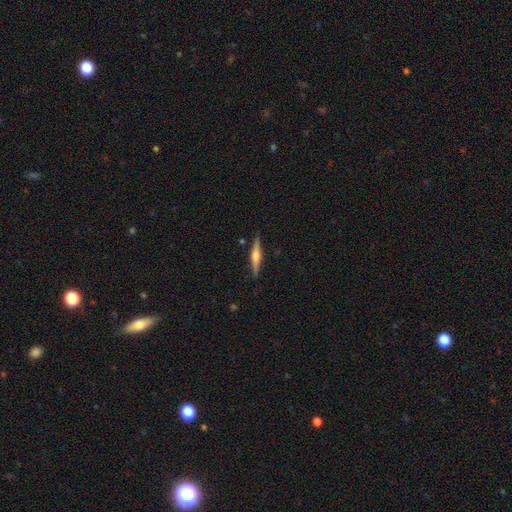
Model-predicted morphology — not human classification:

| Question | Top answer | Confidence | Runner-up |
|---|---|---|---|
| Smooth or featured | featured or disk | 69% | smooth (26%) |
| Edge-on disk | yes | 98% | no (2%) |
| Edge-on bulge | rounded | 83% | boxy (12%) |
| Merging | none | 89% | minor disturbance (8%) |